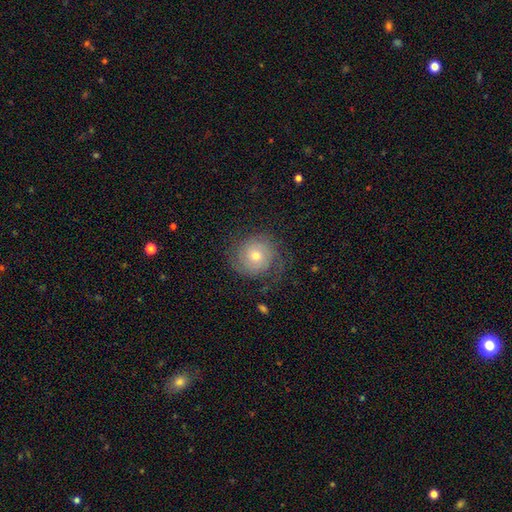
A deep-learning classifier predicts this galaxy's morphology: Smooth or featured? featured or disk (70%)
Edge-on disk? no (98%)
Bar? no (79%)
Spiral arms? yes (92%)
Spiral winding? tight (60%)
Spiral arm count? 2 (63%)
Bulge size? moderate (57%)
Merging? none (73%)